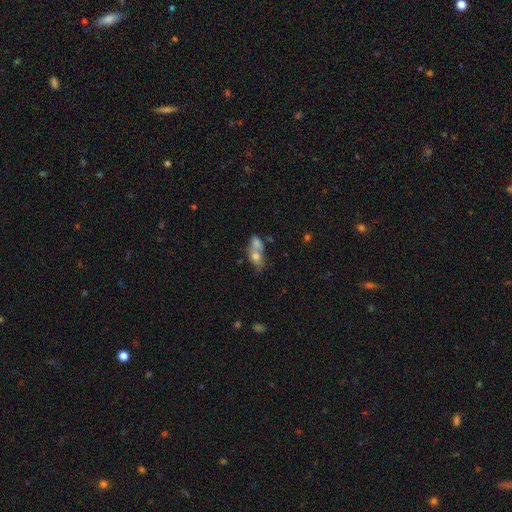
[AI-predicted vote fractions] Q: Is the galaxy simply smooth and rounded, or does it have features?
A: smooth — 63%.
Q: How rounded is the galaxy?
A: in between — 66%.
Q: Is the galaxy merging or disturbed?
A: merger — 62%.